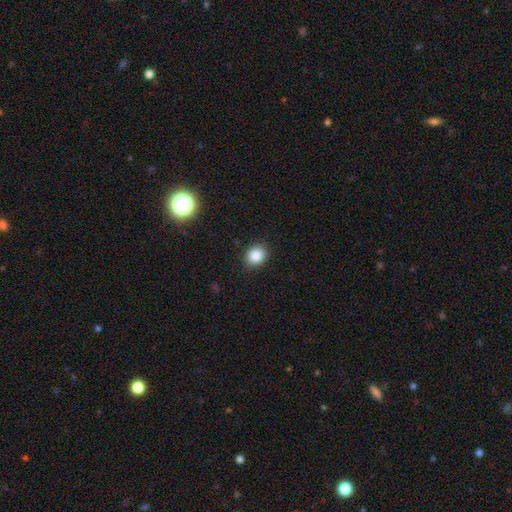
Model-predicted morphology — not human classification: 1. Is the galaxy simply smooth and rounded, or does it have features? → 84% smooth, 10% star or artifact, 6% featured or disk.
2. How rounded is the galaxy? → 54% round, 45% in between, 1% cigar-shaped.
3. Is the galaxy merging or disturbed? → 88% none, 8% minor disturbance, 2% major disturbance, 1% merger.